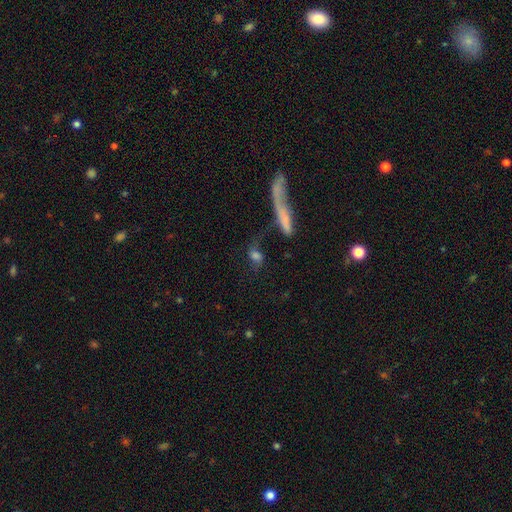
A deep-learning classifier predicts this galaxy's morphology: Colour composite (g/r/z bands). It shows a smooth galaxy with no disk features (56%) that is in between round and cigar-shaped (59%). Merging: none (45%).